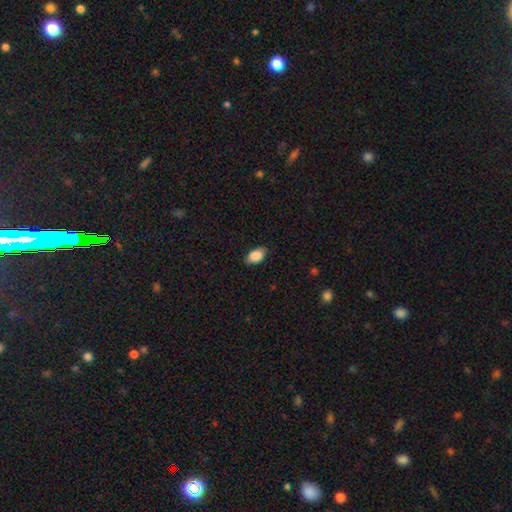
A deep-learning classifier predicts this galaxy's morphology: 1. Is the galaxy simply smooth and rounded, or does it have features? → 88% smooth, 7% star or artifact, 6% featured or disk.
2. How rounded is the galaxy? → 93% in between, 5% round, 2% cigar-shaped.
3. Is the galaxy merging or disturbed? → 84% none, 13% minor disturbance, 2% major disturbance, 1% merger.